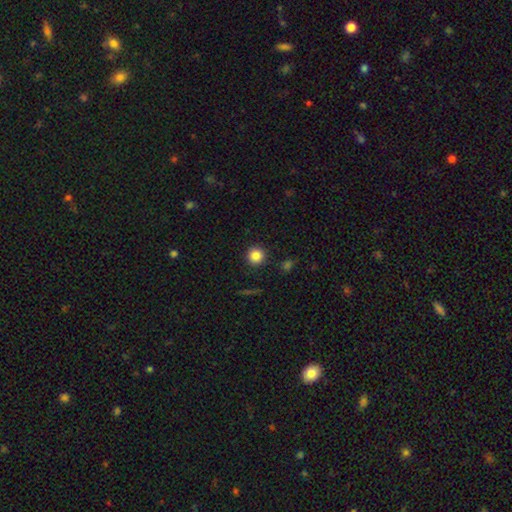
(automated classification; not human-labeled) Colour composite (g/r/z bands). It shows a smooth galaxy with no disk features (85%) that is round (95%). Merging: none (91%).